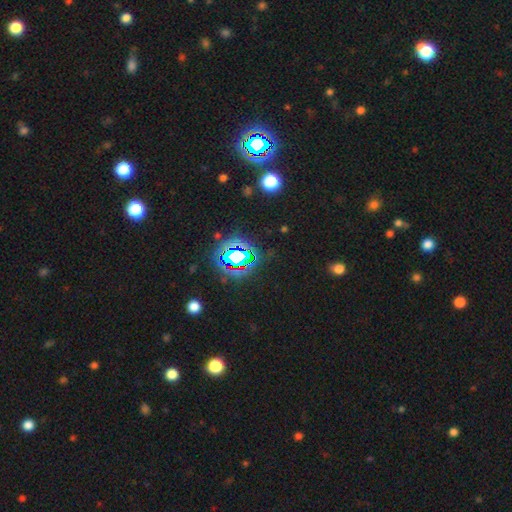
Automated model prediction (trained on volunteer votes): star or artifact 81%, smooth 12%, featured or disk 7%.